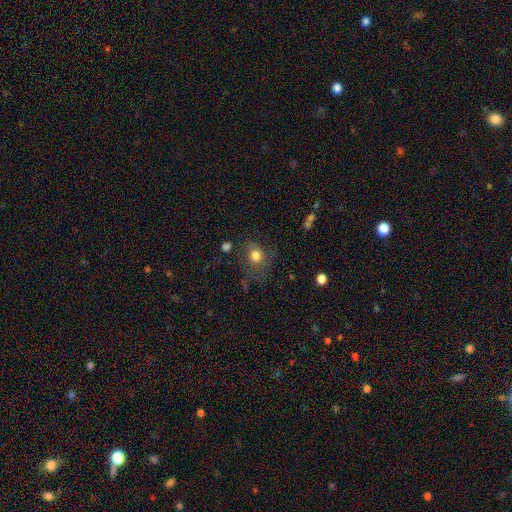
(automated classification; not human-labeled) Overall: smooth (66%). How rounded: round (68%; in between 30%). Merging: none (60%; minor disturbance 22%).